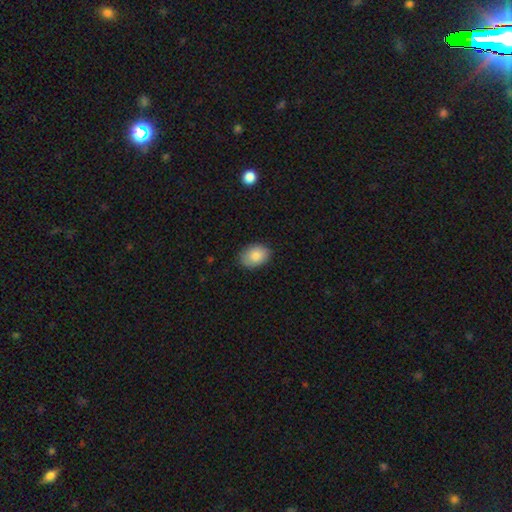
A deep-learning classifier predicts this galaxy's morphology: Overall: smooth (85%). How rounded: in between (74%). Merging: none (85%).